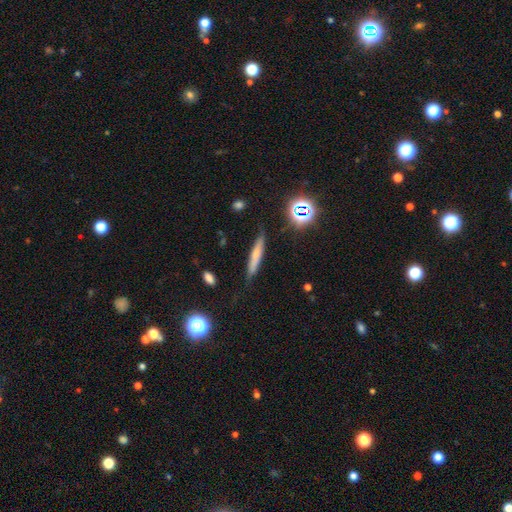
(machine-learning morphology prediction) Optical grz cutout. It shows a smooth galaxy with no disk features (60%) that is cigar-shaped (90%). Merging: none (80%).